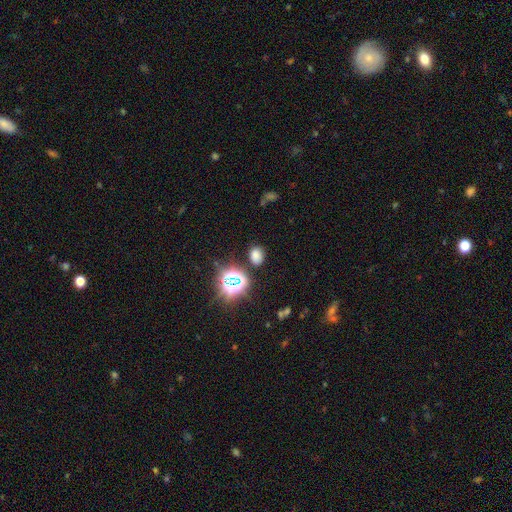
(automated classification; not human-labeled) smooth-or-featured: smooth: 68% | star or artifact: 26% | featured or disk: 6%
  how-rounded: in between: 64% | round: 35% | cigar-shaped: 1%
  merging: none: 82% | minor disturbance: 11% | major disturbance: 4% | merger: 3%